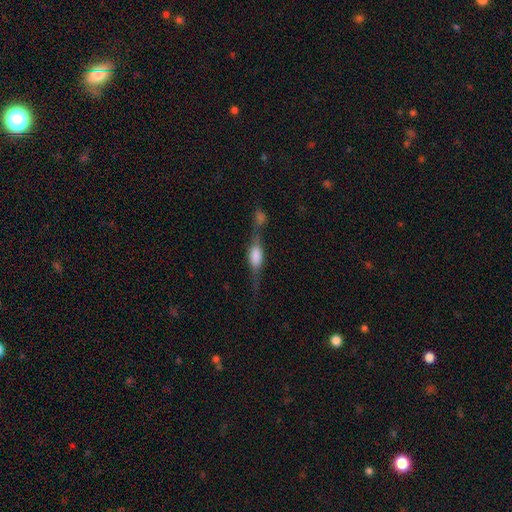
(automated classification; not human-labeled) A featured or disk galaxy (59%) viewed edge-on (90%) with a rounded central bulge (64%). Merging: none (46%).